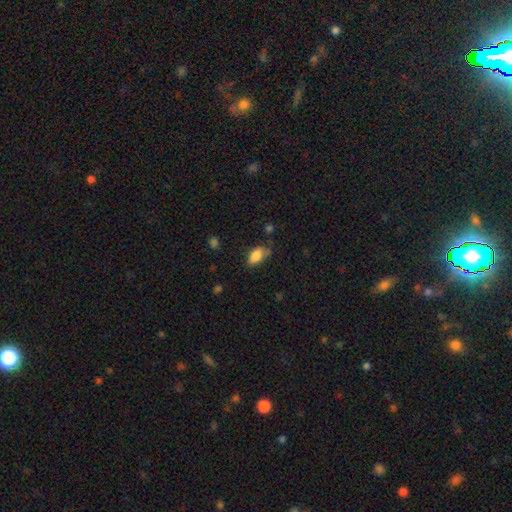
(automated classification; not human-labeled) The model was most divided on "merging": none: 60%, minor disturbance: 29%, major disturbance: 8%, merger: 3%. More confident: how rounded — in between (91%); smooth or featured — smooth (84%).